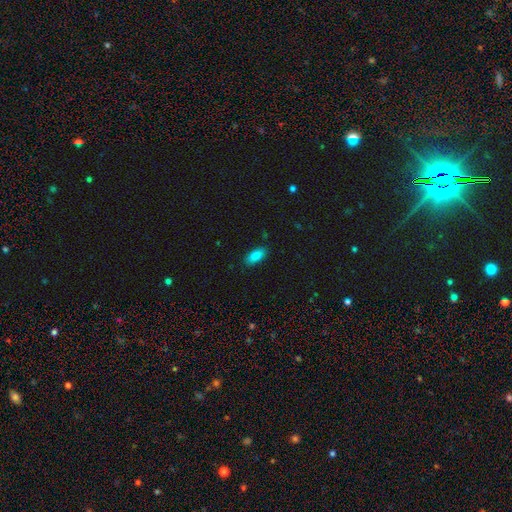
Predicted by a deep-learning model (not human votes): Smooth or featured?
  - smooth: 83% *
  - star or artifact: 8%
  - featured or disk: 8%
How rounded?
  - in between: 88% *
  - cigar-shaped: 9%
  - round: 3%
Merging?
  - none: 86% *
  - minor disturbance: 11%
  - major disturbance: 2%
  - merger: 1%